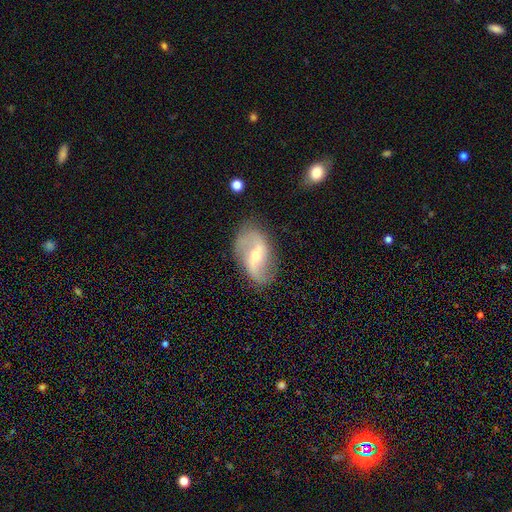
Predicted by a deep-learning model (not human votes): This is clearly a featured or disk galaxy (82%). It is clearly not viewed edge-on (96%). Bar: marginally weak (43%). Spiral arm pattern: clearly yes (92%). Spiral arm count: clearly 2 (90%). Spiral winding: likely loose (64%). Central bulge: possibly small (49%). Merging: likely none (77%).